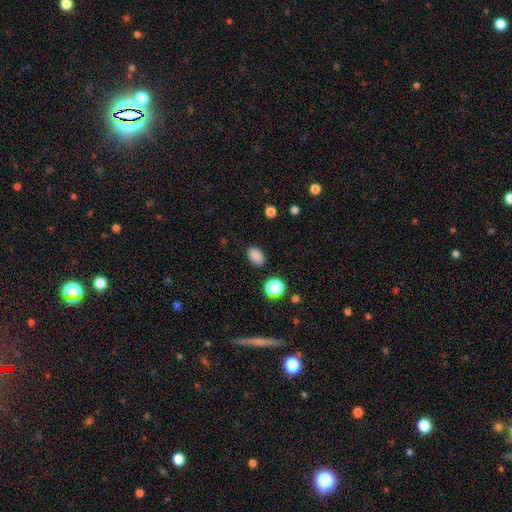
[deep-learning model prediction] Smooth or featured: smooth — 86% (star or artifact — 11%)
How rounded: in between — 85% (round — 14%)
Merging: none — 86% (minor disturbance — 9%)